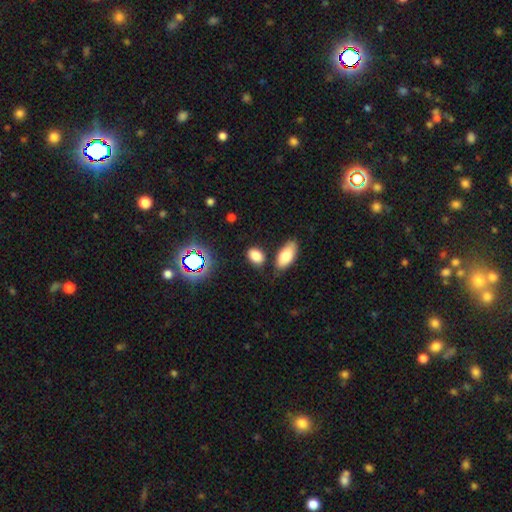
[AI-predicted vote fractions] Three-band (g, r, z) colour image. It shows a smooth galaxy with no disk features (81%) that is in between round and cigar-shaped (83%). Merging: none (75%).